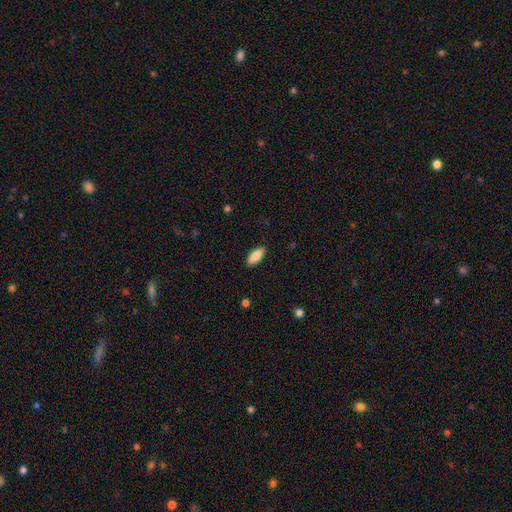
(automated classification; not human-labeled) Q: Smooth or featured?
A: smooth (85%); runner-up: featured or disk (9%)
Q: How rounded?
A: in between (87%); runner-up: cigar-shaped (11%)
Q: Merging?
A: none (88%); runner-up: minor disturbance (9%)